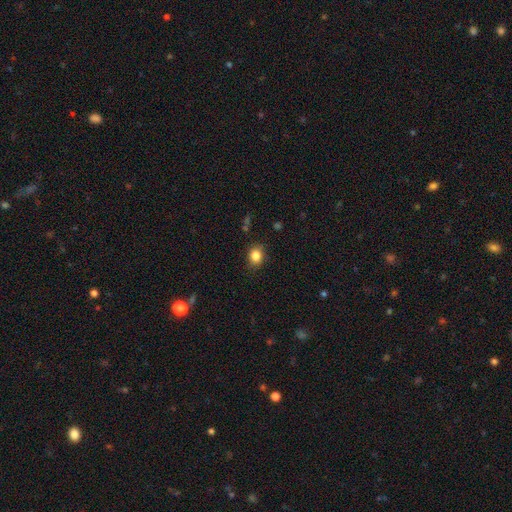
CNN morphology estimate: Q: Smooth or featured?
A: smooth (84%); runner-up: star or artifact (10%)
Q: How rounded?
A: round (60%); runner-up: in between (39%)
Q: Merging?
A: none (82%); runner-up: minor disturbance (13%)